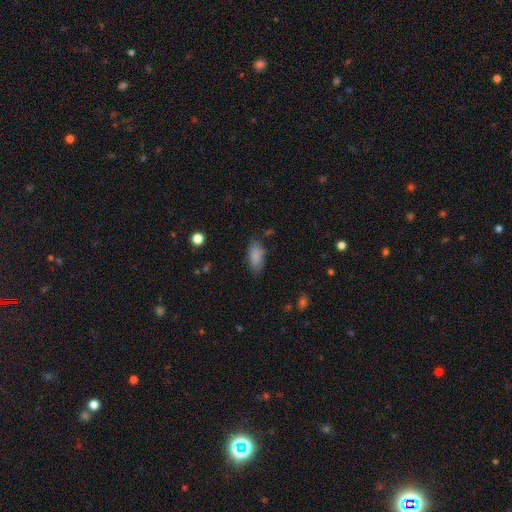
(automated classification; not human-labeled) Smooth or featured?
  - smooth: 86% *
  - star or artifact: 8%
  - featured or disk: 6%
How rounded?
  - in between: 88% *
  - cigar-shaped: 9%
  - round: 3%
Merging?
  - none: 77% *
  - minor disturbance: 17%
  - major disturbance: 4%
  - merger: 2%